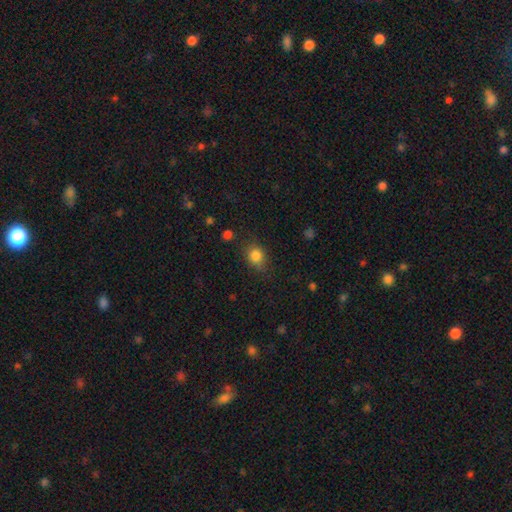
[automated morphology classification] The model was most divided on "how rounded": round: 58%, in between: 41%, cigar-shaped: 1%. More confident: smooth or featured — smooth (83%); merging — none (71%).